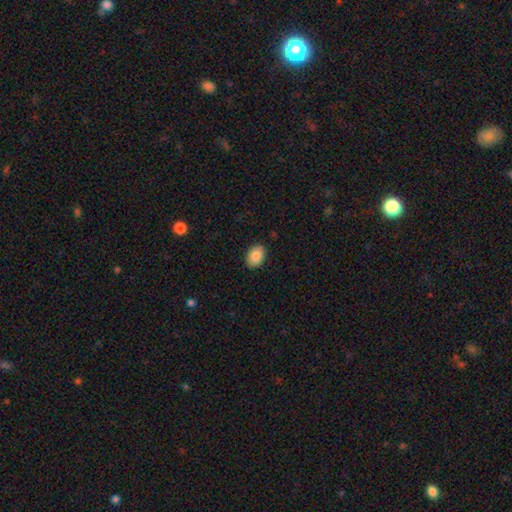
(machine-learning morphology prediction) Smooth or featured? Predicted: smooth (p=0.85). How rounded? Predicted: in between (p=0.80). Merging? Predicted: none (p=0.89).